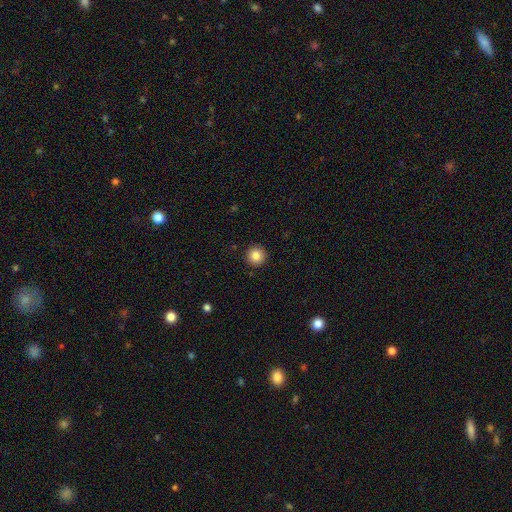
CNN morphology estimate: smooth-or-featured: smooth: 85% | star or artifact: 10% | featured or disk: 5%
  how-rounded: round: 96% | in between: 3% | cigar-shaped: 1%
  merging: none: 92% | minor disturbance: 5% | major disturbance: 2% | merger: 1%